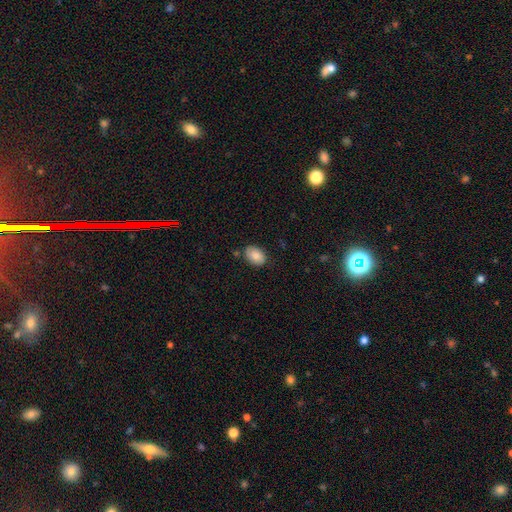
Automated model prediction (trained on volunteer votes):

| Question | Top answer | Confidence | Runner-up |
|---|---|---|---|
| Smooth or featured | smooth | 85% | featured or disk (8%) |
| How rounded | in between | 85% | round (14%) |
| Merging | none | 80% | minor disturbance (14%) |